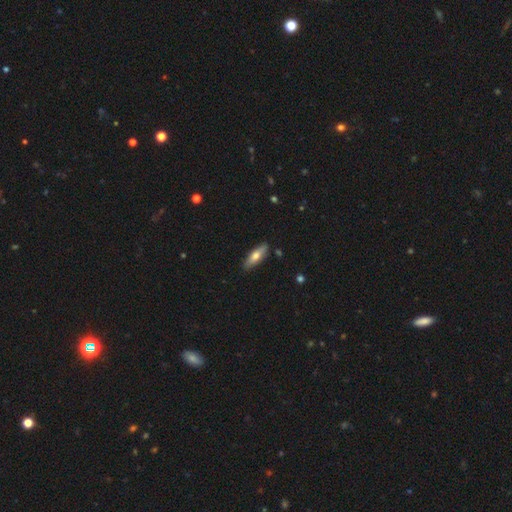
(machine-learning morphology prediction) Smooth or featured? Predicted: smooth (p=0.64). How rounded? Predicted: cigar-shaped (p=0.50). Merging? Predicted: none (p=0.87).